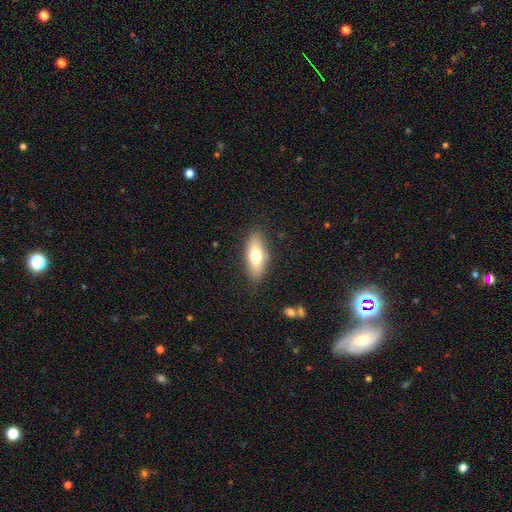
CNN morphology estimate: smooth-or-featured: smooth: 68% | featured or disk: 25% | star or artifact: 7%
  how-rounded: in between: 69% | cigar-shaped: 28% | round: 3%
  merging: none: 84% | minor disturbance: 12% | major disturbance: 3% | merger: 2%